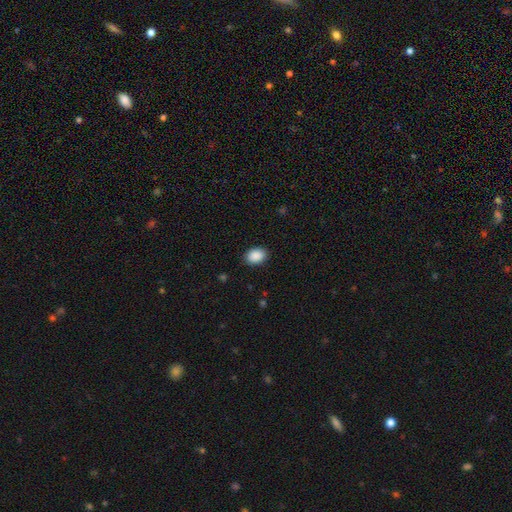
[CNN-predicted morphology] This appears to be a smooth galaxy with no disk features (90%) that is in between round and cigar-shaped (72%). Merging: none (89%).